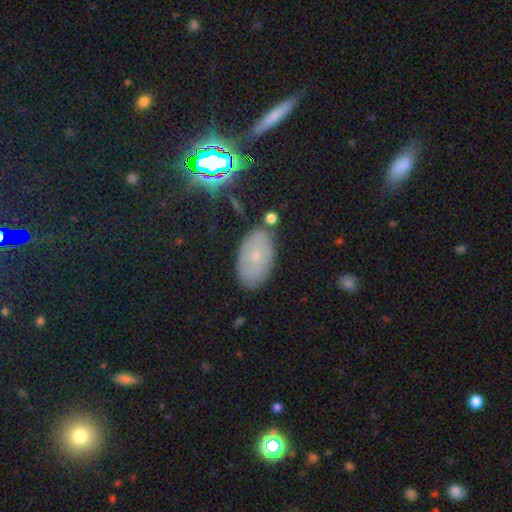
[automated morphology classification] This is possibly a smooth galaxy (54%). How rounded: clearly in between (93%). Merging: likely none (78%).